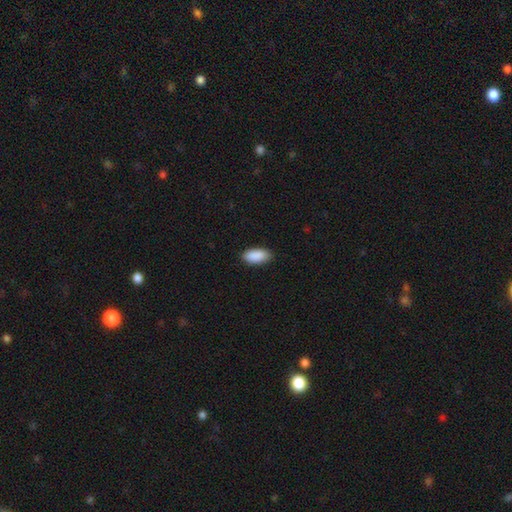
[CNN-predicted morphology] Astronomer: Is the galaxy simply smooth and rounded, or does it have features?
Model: smooth — 91%.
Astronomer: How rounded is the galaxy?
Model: in between — 92%.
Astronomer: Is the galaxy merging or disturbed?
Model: none — 87%.